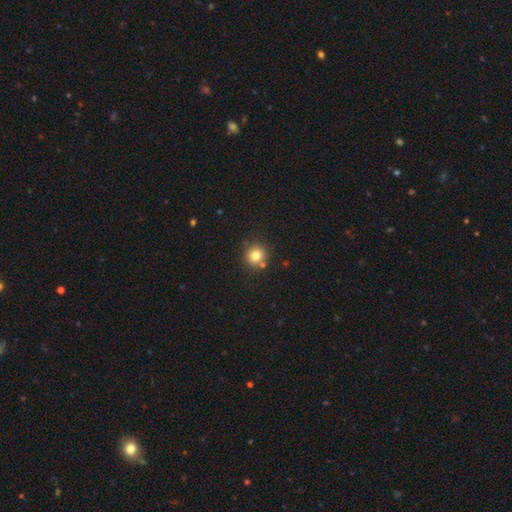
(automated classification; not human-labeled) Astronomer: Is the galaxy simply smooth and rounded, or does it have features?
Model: smooth — 80%.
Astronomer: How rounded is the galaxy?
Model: round — 92%.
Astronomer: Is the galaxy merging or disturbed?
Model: none — 79%.